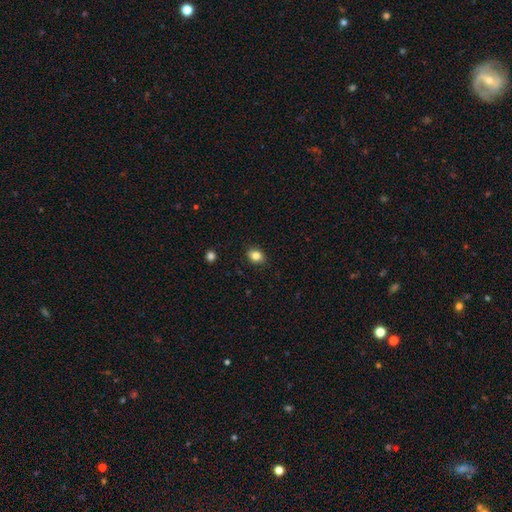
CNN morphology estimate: type=smooth (84%); roundness=in between (56%); merging=none (87%).